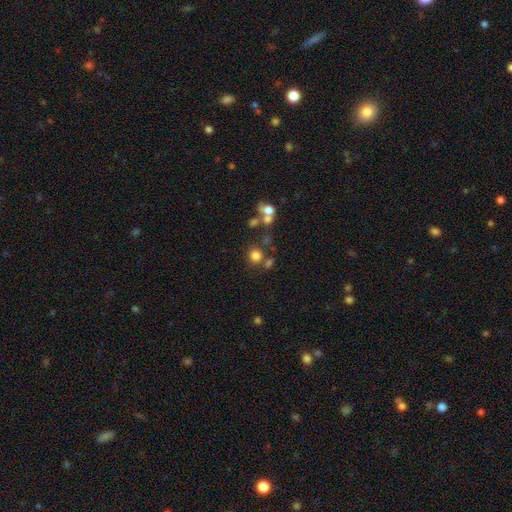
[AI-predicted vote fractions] Smooth or featured: smooth — 76% (star or artifact — 15%)
How rounded: round — 87% (in between — 12%)
Merging: none — 66% (merger — 19%)